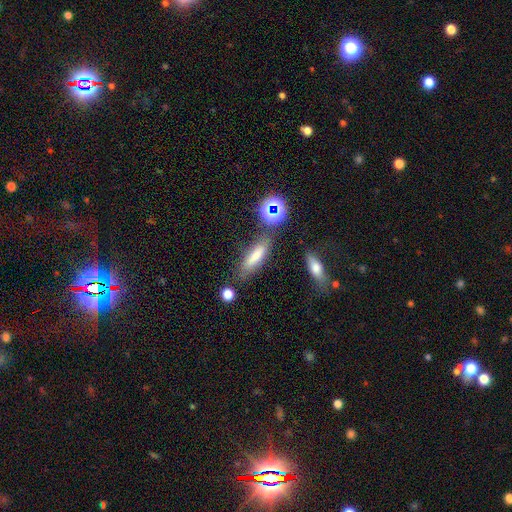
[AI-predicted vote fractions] Smooth or featured: smooth — 71% (featured or disk — 17%)
How rounded: cigar-shaped — 62% (in between — 34%)
Merging: none — 68% (minor disturbance — 16%)